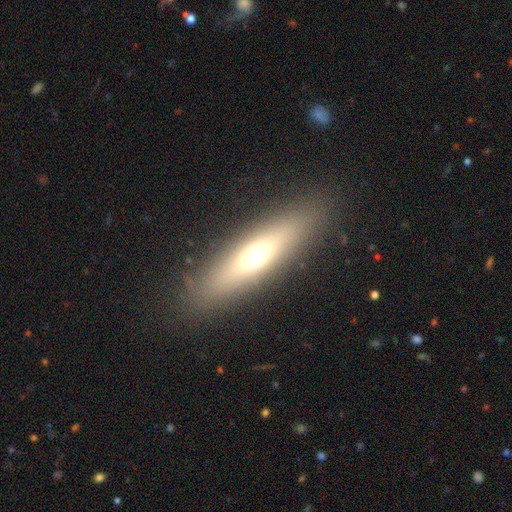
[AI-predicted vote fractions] smooth-or-featured: smooth: 55% | featured or disk: 36% | star or artifact: 10%
  how-rounded: cigar-shaped: 64% | in between: 33% | round: 3%
  merging: none: 87% | minor disturbance: 8% | major disturbance: 4% | merger: 1%